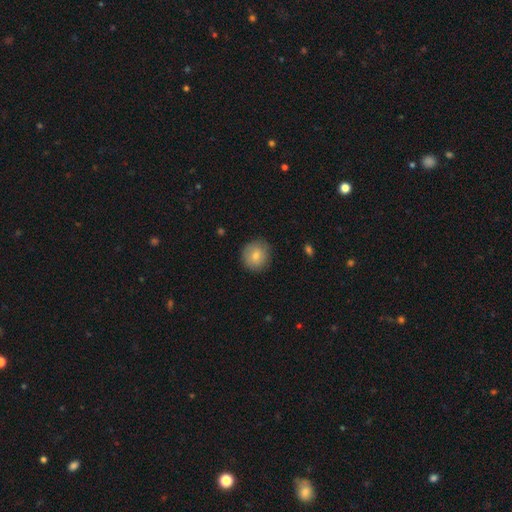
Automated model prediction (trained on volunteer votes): Q: Smooth or featured?
A: smooth (78%); runner-up: featured or disk (13%)
Q: How rounded?
A: round (89%); runner-up: in between (10%)
Q: Merging?
A: none (85%); runner-up: minor disturbance (11%)